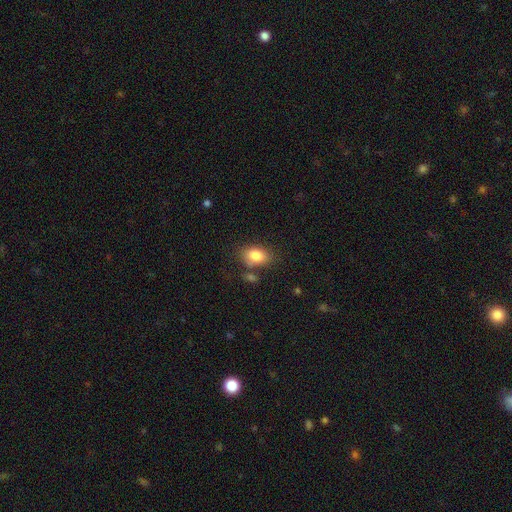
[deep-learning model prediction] smooth 83%, featured or disk 9%, star or artifact 8%. Down the decision tree: how rounded — in between (81%); merging — none (69%).